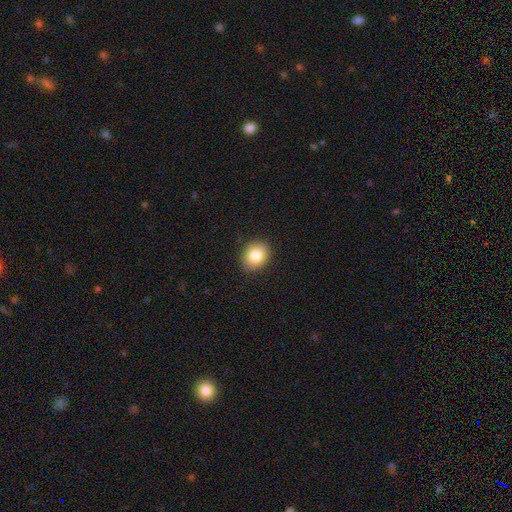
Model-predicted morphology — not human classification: Overall: smooth (83%). How rounded: in between (50%; round 49%). Merging: none (88%).